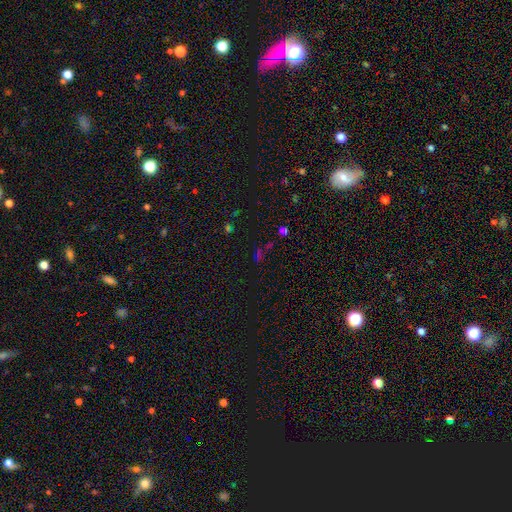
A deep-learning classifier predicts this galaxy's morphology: A star or artifact, not a galaxy (58%).

Vote fractions:
- Smooth or featured? star or artifact: 58% / smooth: 32% / featured or disk: 9%